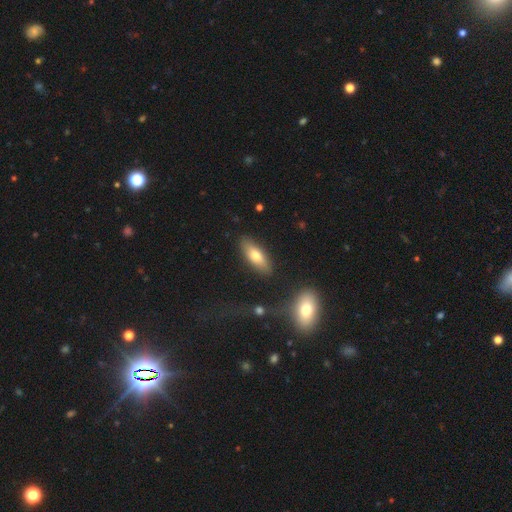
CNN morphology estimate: smooth-or-featured: smooth: 70% | featured or disk: 24% | star or artifact: 6%
  how-rounded: in between: 65% | cigar-shaped: 33% | round: 3%
  merging: none: 84% | minor disturbance: 11% | major disturbance: 3% | merger: 2%